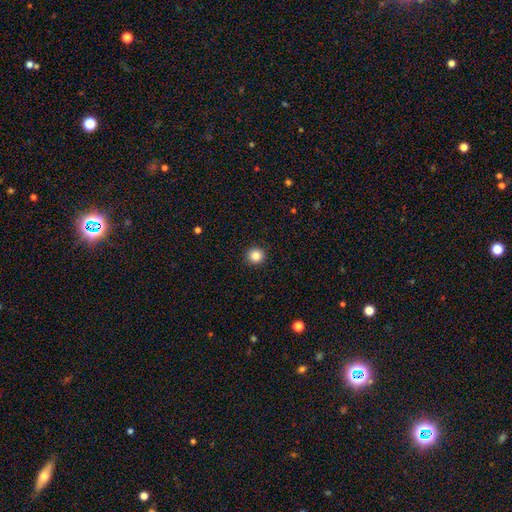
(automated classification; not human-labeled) This appears to be a smooth galaxy with no disk features (84%) that is round (94%). Merging: none (93%).